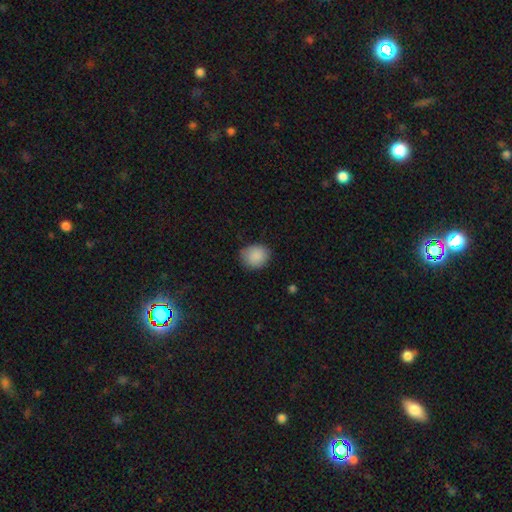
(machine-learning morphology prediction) Smooth or featured? smooth (89%)
How rounded? round (66%)
Merging? none (81%)